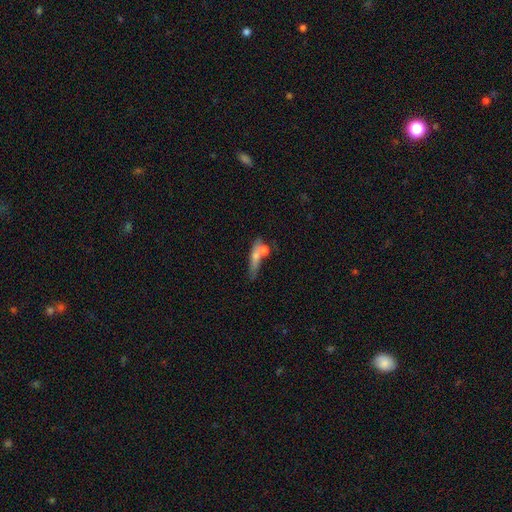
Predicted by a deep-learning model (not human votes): This appears to be a smooth galaxy with no disk features (51%) that is cigar-shaped (66%). Merging: none (43%).